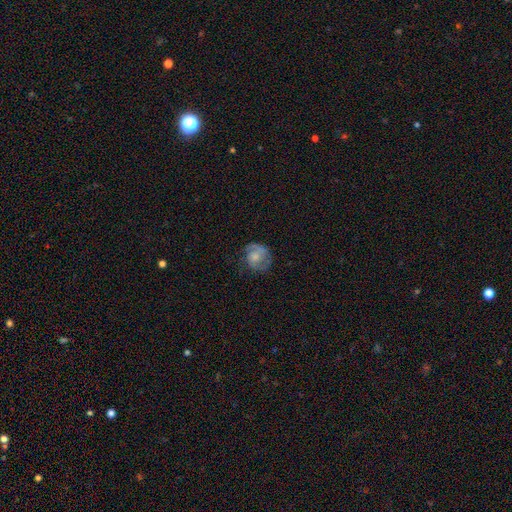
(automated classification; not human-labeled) Smooth or featured?
  - featured or disk: 55% *
  - smooth: 37%
  - star or artifact: 8%
Edge-on disk?
  - no: 97% *
  - yes: 3%
Bar?
  - no: 72% *
  - weak: 24%
  - strong: 4%
Spiral arms?
  - yes: 81% *
  - no: 19%
Bulge size?
  - moderate: 40% *
  - small: 33%
  - none: 15%
  - large: 11%
  - dominant: 2%
Merging?
  - none: 61% *
  - minor disturbance: 23%
  - major disturbance: 15%
  - merger: 1%